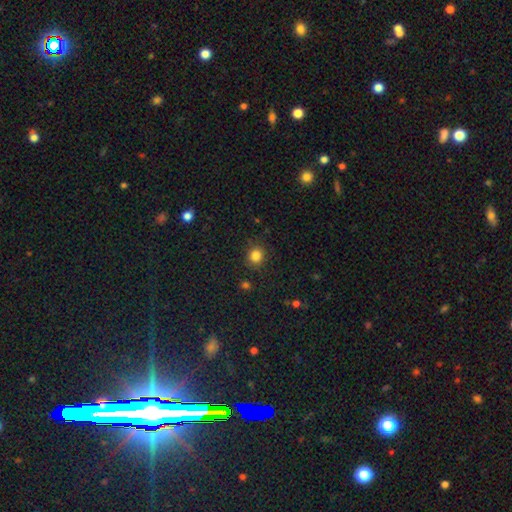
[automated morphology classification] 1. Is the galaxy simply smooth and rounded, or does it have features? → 83% smooth, 12% star or artifact, 5% featured or disk.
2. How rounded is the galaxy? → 88% round, 11% in between, 1% cigar-shaped.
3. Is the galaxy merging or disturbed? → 88% none, 8% minor disturbance, 2% major disturbance, 1% merger.